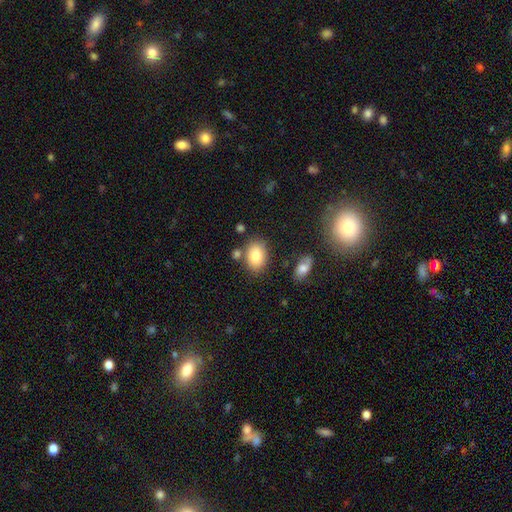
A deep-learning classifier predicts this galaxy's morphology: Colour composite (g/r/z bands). It shows a smooth galaxy with no disk features (84%) that is in between round and cigar-shaped (81%). Merging: none (75%).